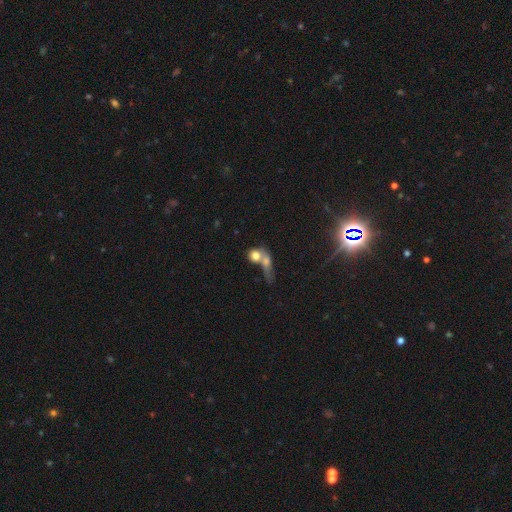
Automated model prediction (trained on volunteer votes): The model was most divided on "merging": merger: 61%, none: 22%, major disturbance: 10%, minor disturbance: 7%. More confident: smooth or featured — smooth (70%); how rounded — round (67%).